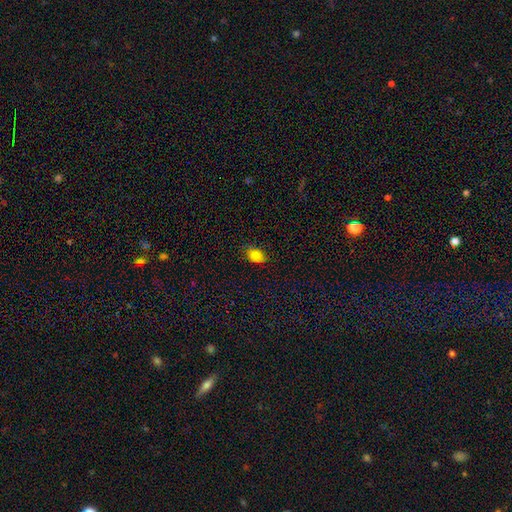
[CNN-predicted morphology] type=smooth (84%); roundness=in between (78%); merging=none (81%).